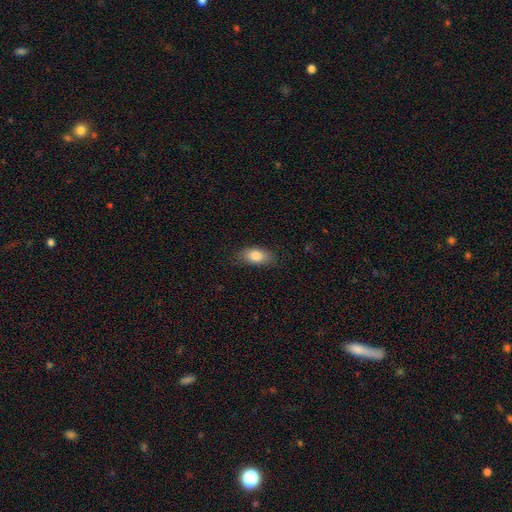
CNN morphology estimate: smooth 83%, featured or disk 10%, star or artifact 7%. Down the decision tree: how rounded — in between (88%); merging — none (79%).